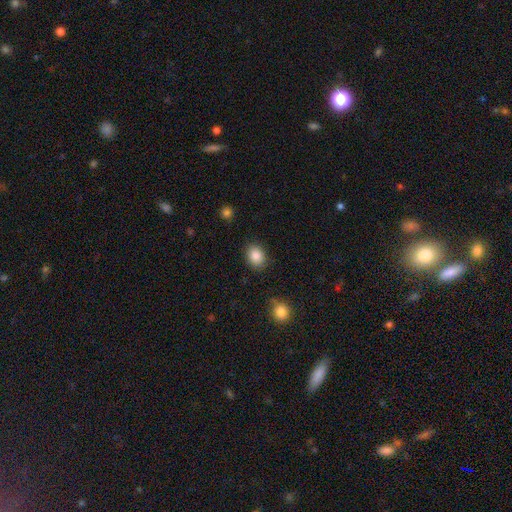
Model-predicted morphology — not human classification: A smooth galaxy with no disk features (86%) that is in between round and cigar-shaped (53%). Merging: none (85%).